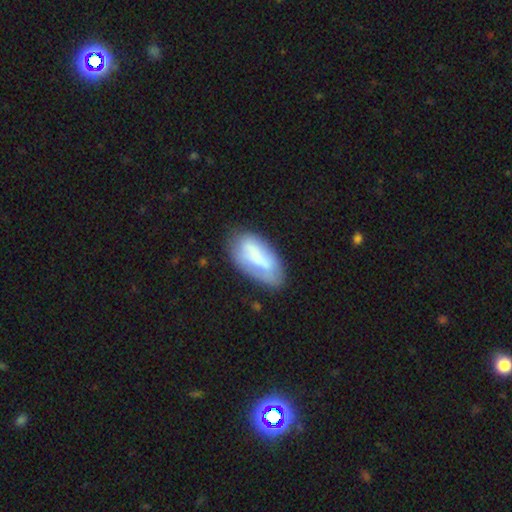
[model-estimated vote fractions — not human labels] The model was most divided on "merging": none: 54%, minor disturbance: 29%, major disturbance: 12%, merger: 5%. More confident: how rounded — in between (91%); smooth or featured — smooth (65%).